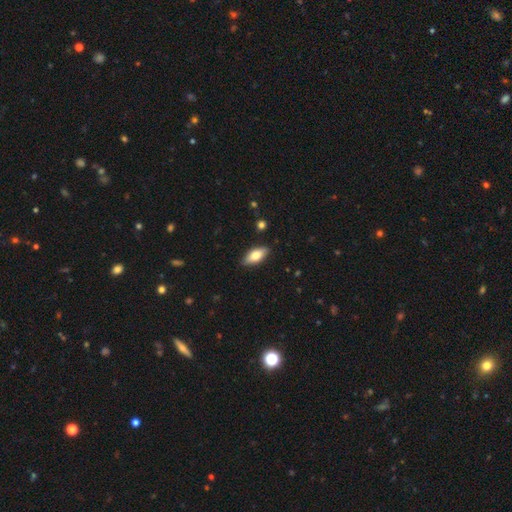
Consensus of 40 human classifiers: Volunteers were most divided on "smooth or featured": smooth: 82%, featured or disk: 10%, star or artifact: 8%. More confident: merging — none (92%); how rounded — in between (91%).